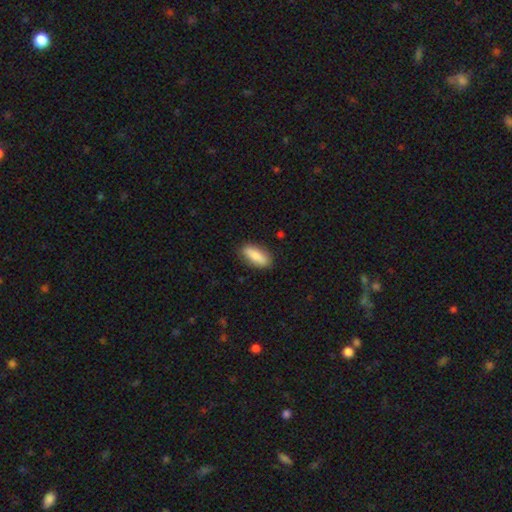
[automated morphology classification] Smooth or featured? smooth (83%)
How rounded? in between (72%)
Merging? none (86%)